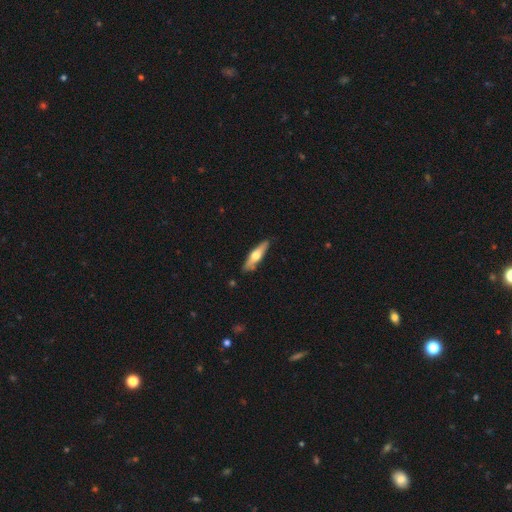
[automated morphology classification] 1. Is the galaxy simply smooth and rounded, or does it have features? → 49% smooth, 46% featured or disk, 5% star or artifact.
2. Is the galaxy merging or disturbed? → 85% none, 11% minor disturbance, 2% major disturbance, 2% merger.